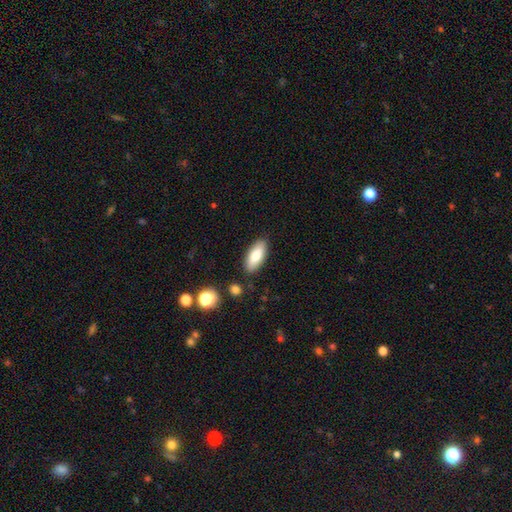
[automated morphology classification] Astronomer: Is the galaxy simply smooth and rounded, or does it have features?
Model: smooth — 81%.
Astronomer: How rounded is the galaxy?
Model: in between — 79%.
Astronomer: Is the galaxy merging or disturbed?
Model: none — 85%.